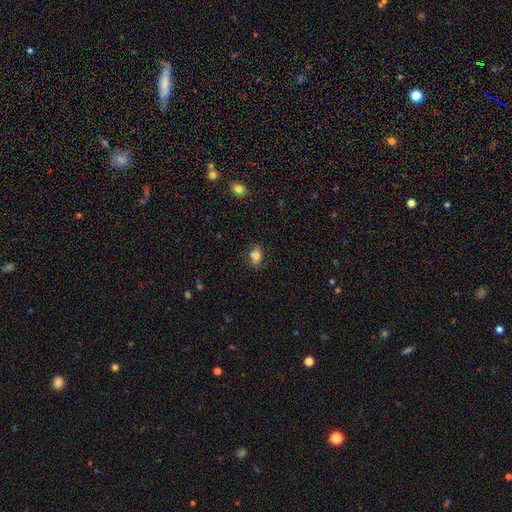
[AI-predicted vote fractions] smooth_or_featured: smooth (p=0.74) [alt: star or artifact p=0.14]
how_rounded: in between (p=0.69) [alt: round p=0.28]
merging: none (p=0.60) [alt: minor disturbance p=0.22]